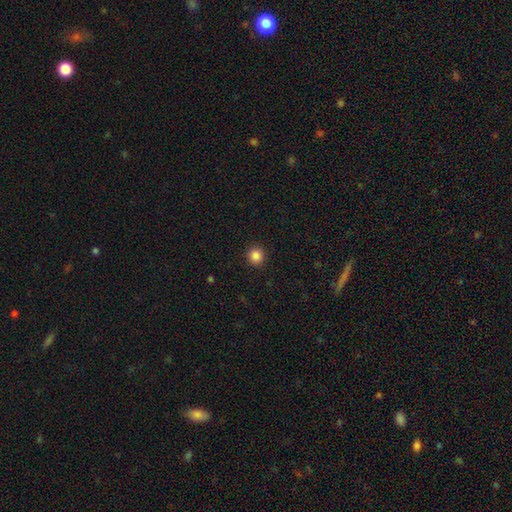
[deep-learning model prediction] Smooth or featured? Predicted: smooth (p=0.86). How rounded? Predicted: round (p=0.93). Merging? Predicted: none (p=0.93).